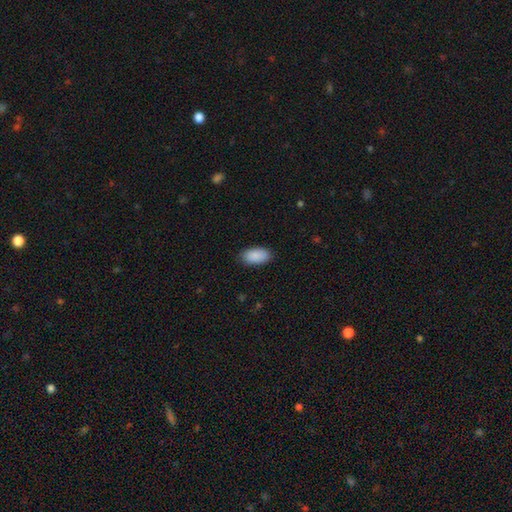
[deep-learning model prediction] Q: Smooth or featured?
A: smooth (90%); runner-up: star or artifact (6%)
Q: How rounded?
A: in between (94%); runner-up: round (3%)
Q: Merging?
A: none (85%); runner-up: minor disturbance (12%)